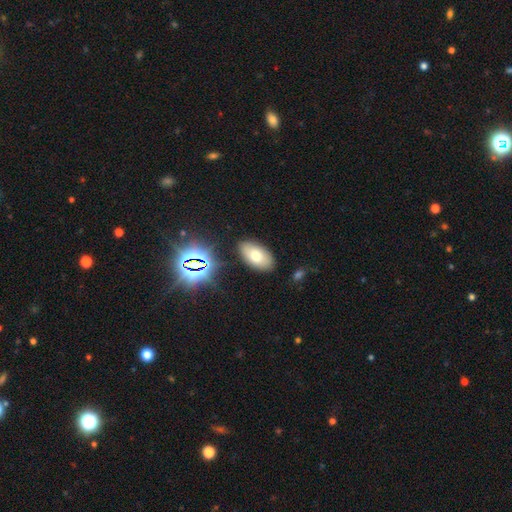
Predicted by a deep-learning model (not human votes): This appears to be a smooth galaxy with no disk features (70%) that is in between round and cigar-shaped (93%). Merging: none (84%).